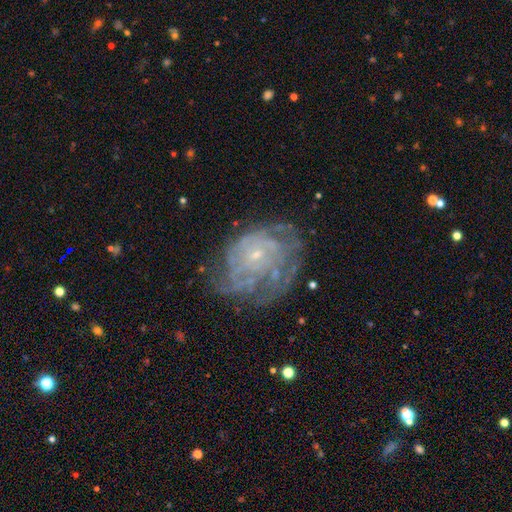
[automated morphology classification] The model was most divided on "spiral arm count": can't tell: 46%, 4: 16%, 3: 12%, more than 4: 10%, 2: 10%, 1: 6%. More confident: edge-on disk — no (97%); spiral arms — yes (86%); bulge size — small (83%); bar — no (79%); smooth or featured — featured or disk (78%); spiral winding — tight (67%); merging — none (61%).